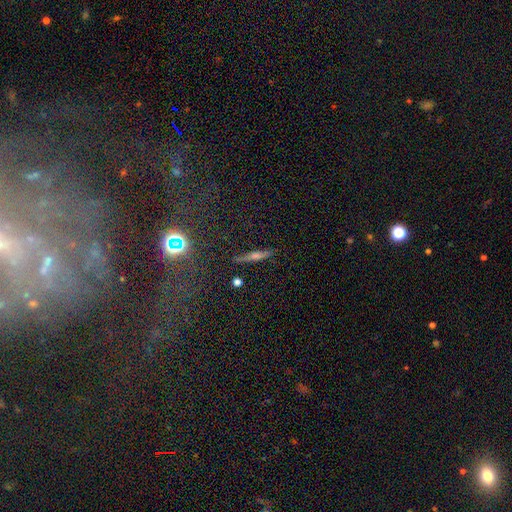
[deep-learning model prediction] This is possibly a featured or disk galaxy (57%). It is clearly viewed edge-on (92%). Edge-on bulge: clearly rounded (82%). Merging: clearly none (87%).